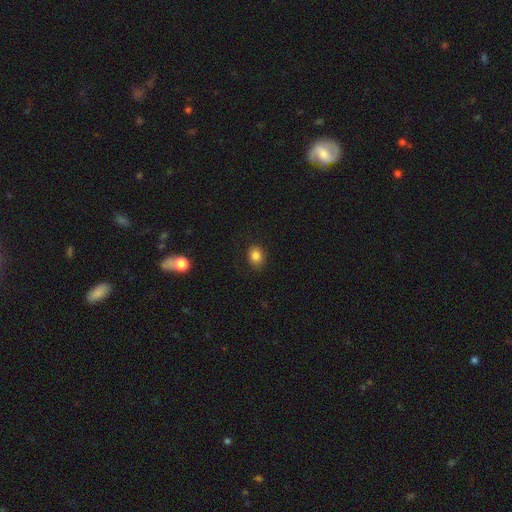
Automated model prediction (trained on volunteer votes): A smooth galaxy with no disk features (85%) that is round (54%).

Vote fractions:
- Smooth or featured? smooth: 85% / star or artifact: 11% / featured or disk: 5%
- How rounded? round: 54% / in between: 45% / cigar-shaped: 1%
- Merging? none: 86% / minor disturbance: 10% / major disturbance: 3% / merger: 1%